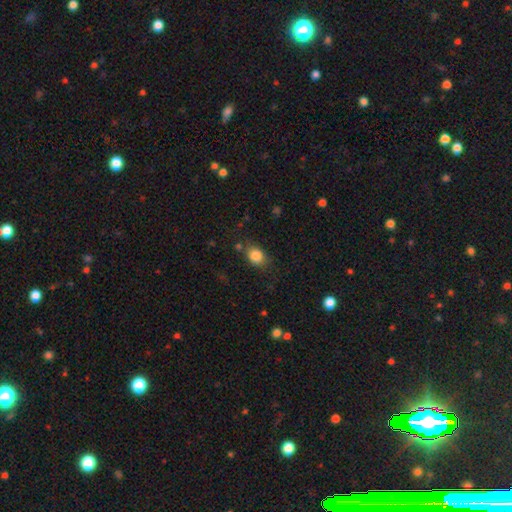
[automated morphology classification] Overall: smooth (84%). How rounded: in between (57%; round 42%). Merging: none (75%).